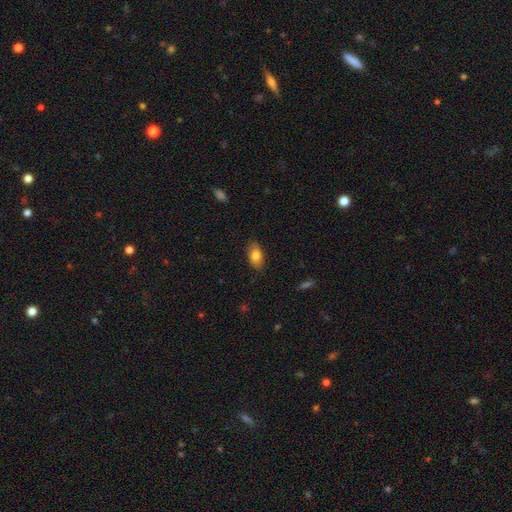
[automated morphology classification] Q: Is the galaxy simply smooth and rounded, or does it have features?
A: smooth — 82%.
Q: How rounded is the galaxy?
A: in between — 90%.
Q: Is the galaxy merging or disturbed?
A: none — 85%.